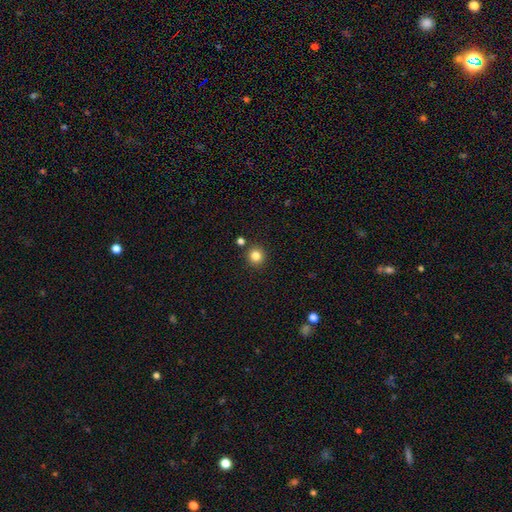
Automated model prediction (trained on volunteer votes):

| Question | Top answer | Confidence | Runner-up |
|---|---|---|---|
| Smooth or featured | smooth | 82% | star or artifact (13%) |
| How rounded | round | 93% | in between (6%) |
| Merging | none | 88% | minor disturbance (6%) |